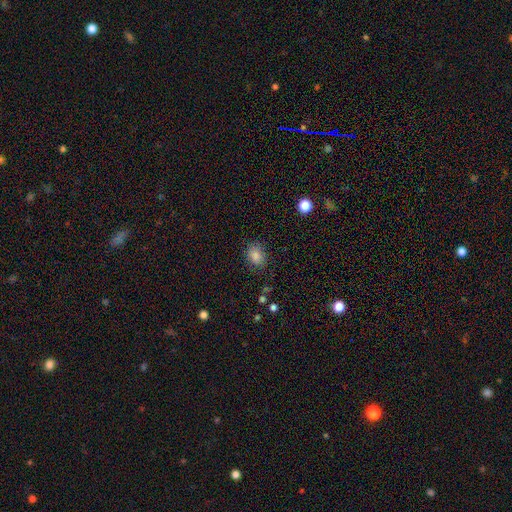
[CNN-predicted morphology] Smooth or featured? Predicted: smooth (p=0.84). How rounded? Predicted: in between (p=0.61). Merging? Predicted: none (p=0.80).